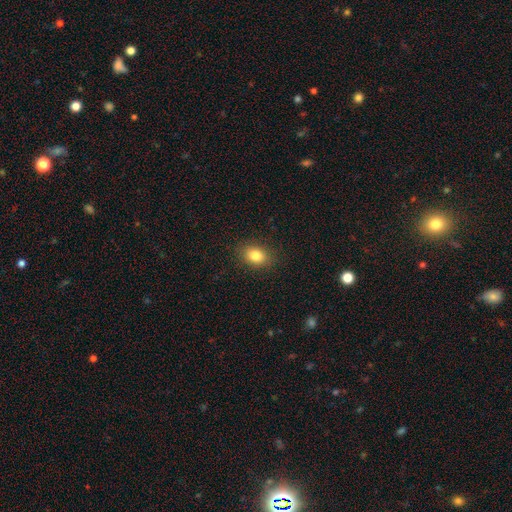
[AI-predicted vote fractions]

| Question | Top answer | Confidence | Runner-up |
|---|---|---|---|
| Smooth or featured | smooth | 83% | star or artifact (10%) |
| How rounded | in between | 66% | round (32%) |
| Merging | none | 88% | minor disturbance (9%) |